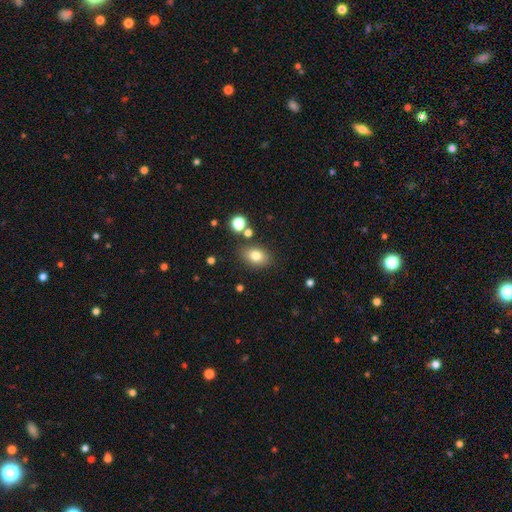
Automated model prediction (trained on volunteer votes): smooth_or_featured: smooth (p=0.79) [alt: star or artifact p=0.11]
how_rounded: in between (p=0.77) [alt: round p=0.21]
merging: none (p=0.80) [alt: minor disturbance p=0.11]